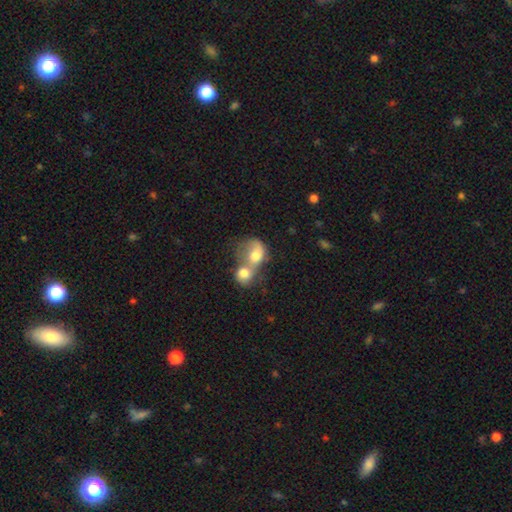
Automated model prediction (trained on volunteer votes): Smooth or featured? Predicted: smooth (p=0.67). How rounded? Predicted: round (p=0.53). Merging? Predicted: merger (p=0.82).